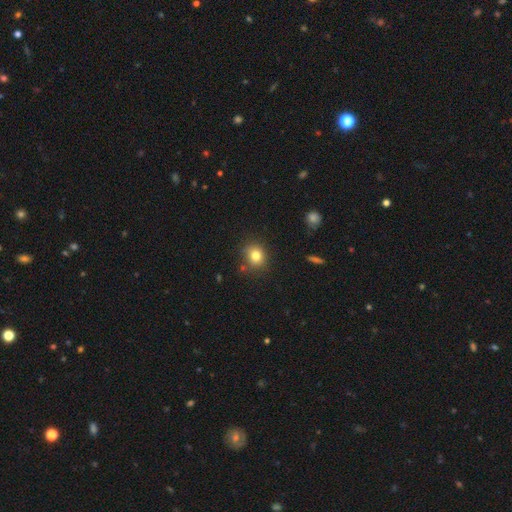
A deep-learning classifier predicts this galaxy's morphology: Overall: smooth (80%). How rounded: round (77%). Merging: none (80%).